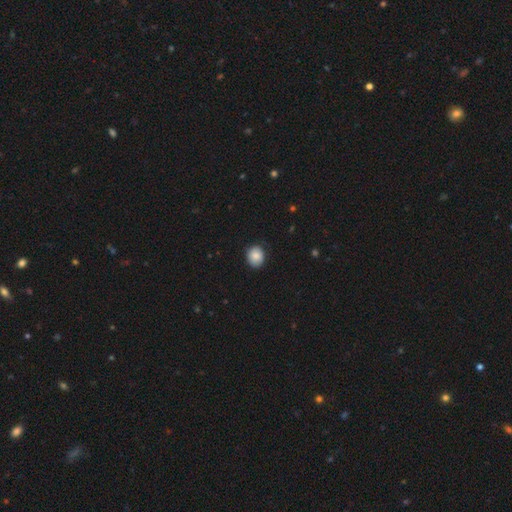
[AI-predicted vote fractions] A smooth galaxy with no disk features (86%) that is round (66%). Merging: none (83%).